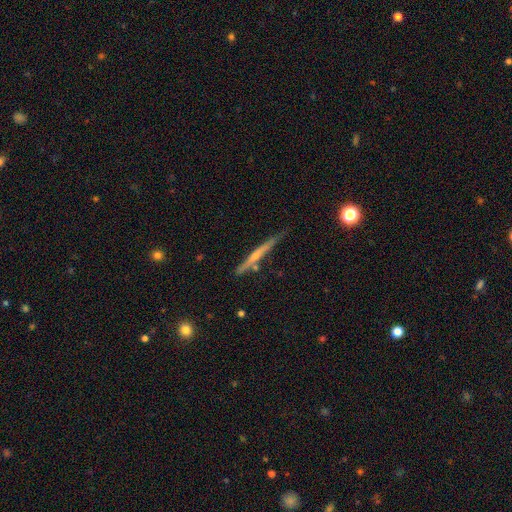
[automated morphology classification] Smooth or featured? featured or disk (61%)
Edge-on disk? yes (97%)
Edge-on bulge? none (52%)
Merging? none (78%)